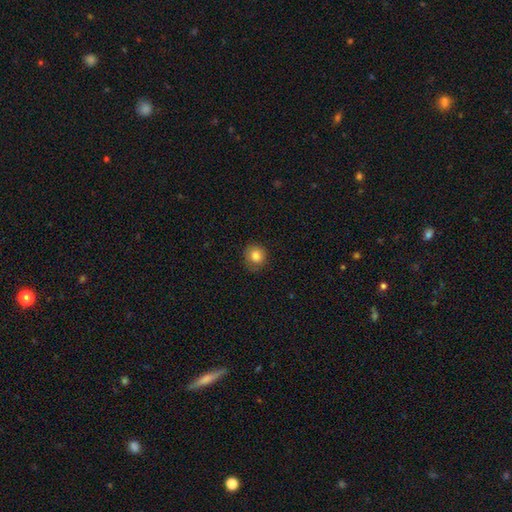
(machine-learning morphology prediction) This appears to be a smooth galaxy with no disk features (84%) that is round (87%). Merging: none (81%).